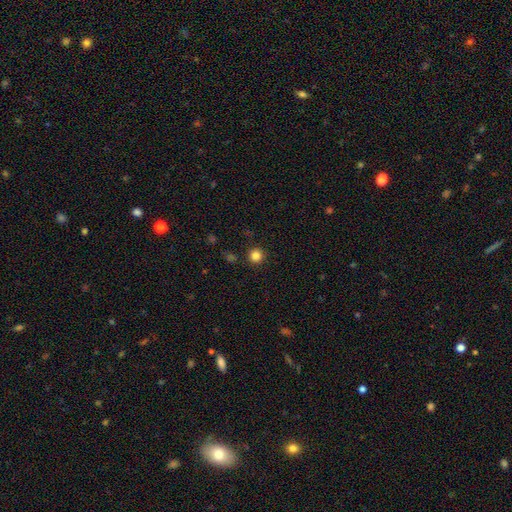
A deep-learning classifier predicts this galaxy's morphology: smooth-or-featured: smooth: 83% | star or artifact: 13% | featured or disk: 4%
  how-rounded: round: 95% | in between: 4% | cigar-shaped: 1%
  merging: none: 92% | minor disturbance: 5% | major disturbance: 2% | merger: 2%